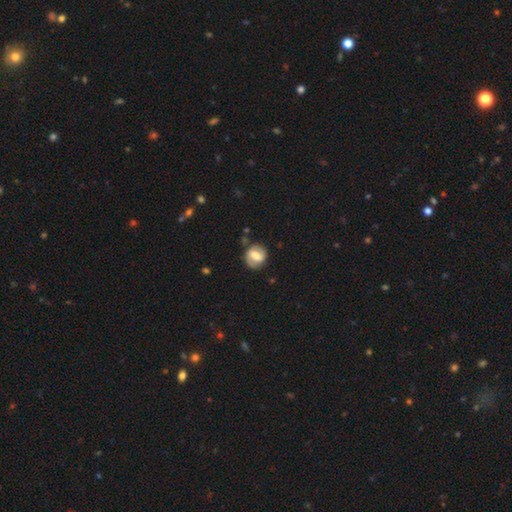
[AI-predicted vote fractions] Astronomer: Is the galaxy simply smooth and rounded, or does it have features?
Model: featured or disk — 50% (runner-up: smooth, 43%).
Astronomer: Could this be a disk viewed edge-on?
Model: no — 96%.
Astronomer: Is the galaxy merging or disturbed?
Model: none — 76%.